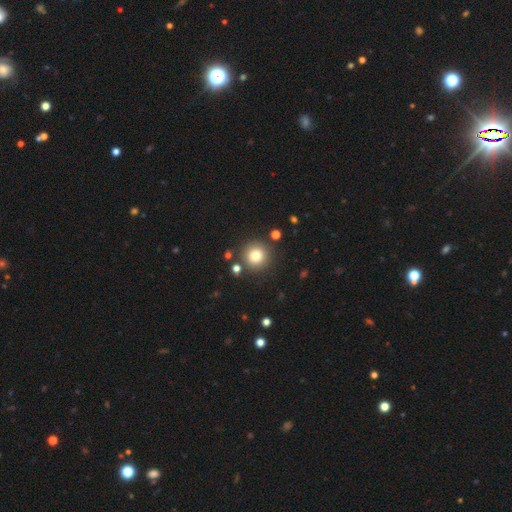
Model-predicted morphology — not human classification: Q: Smooth or featured?
A: smooth (80%); runner-up: star or artifact (12%)
Q: How rounded?
A: round (94%); runner-up: in between (5%)
Q: Merging?
A: none (85%); runner-up: minor disturbance (8%)